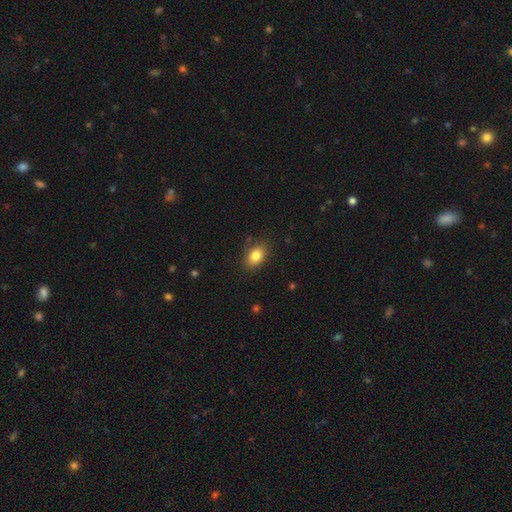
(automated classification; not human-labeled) smooth 83%, featured or disk 9%, star or artifact 9%. Down the decision tree: how rounded — in between (83%); merging — none (82%).